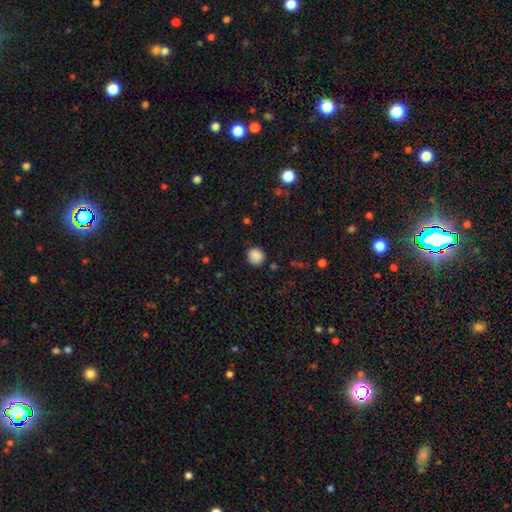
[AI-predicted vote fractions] This is clearly a smooth galaxy (88%). How rounded: clearly round (86%). Merging: clearly none (87%).